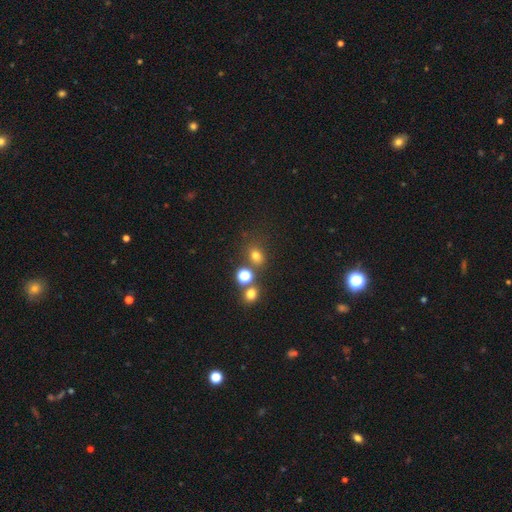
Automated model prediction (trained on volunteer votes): smooth-or-featured: smooth: 71% | star or artifact: 22% | featured or disk: 8%
  how-rounded: round: 64% | in between: 35% | cigar-shaped: 1%
  merging: none: 69% | merger: 14% | minor disturbance: 12% | major disturbance: 6%